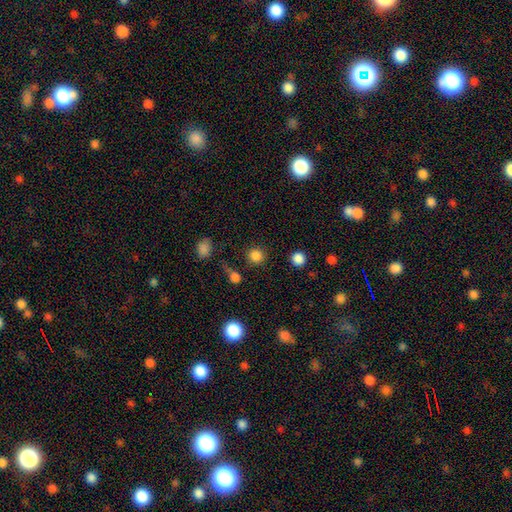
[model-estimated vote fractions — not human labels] Morphology: type=smooth (82%); roundness=round (93%); merging=none (85%).